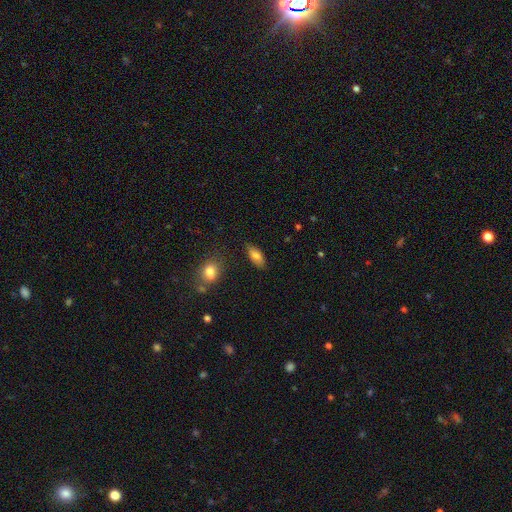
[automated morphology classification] smooth 79%, featured or disk 14%, star or artifact 8%. Down the decision tree: how rounded — in between (87%); merging — none (82%).